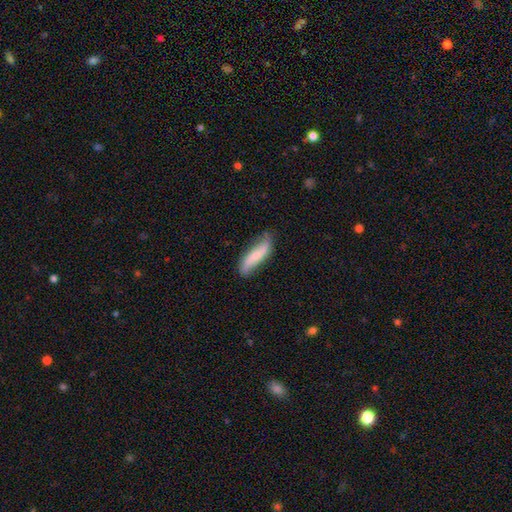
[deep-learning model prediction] smooth-or-featured: smooth: 50% | featured or disk: 44% | star or artifact: 6%
  how-rounded: cigar-shaped: 61% | in between: 36% | round: 2%
  merging: none: 71% | minor disturbance: 23% | major disturbance: 5% | merger: 2%